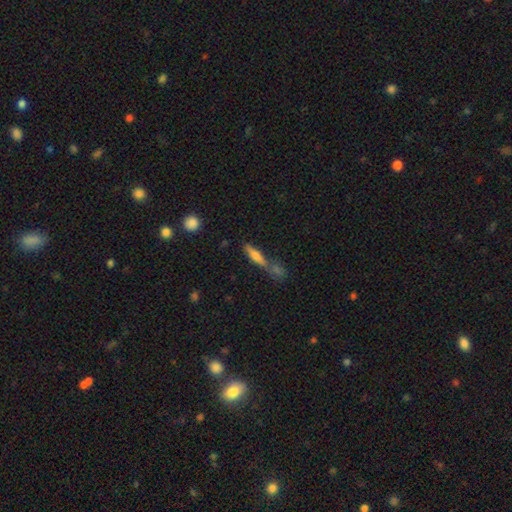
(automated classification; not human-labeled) A smooth galaxy with no disk features (59%) that is cigar-shaped (75%). Merging: none (48%).